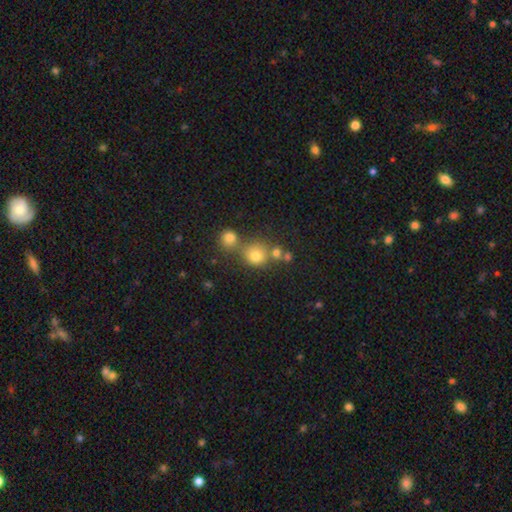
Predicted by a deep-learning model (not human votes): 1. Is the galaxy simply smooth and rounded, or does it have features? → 75% smooth, 16% star or artifact, 9% featured or disk.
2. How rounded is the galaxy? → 86% round, 13% in between, 1% cigar-shaped.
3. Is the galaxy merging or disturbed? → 56% none, 30% merger, 10% minor disturbance, 4% major disturbance.